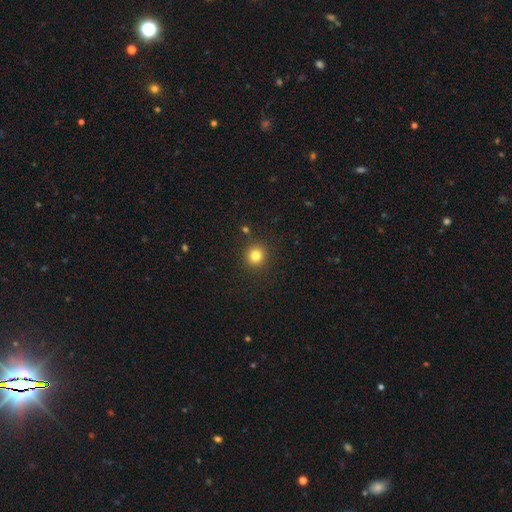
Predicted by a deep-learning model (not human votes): Smooth or featured: smooth — 81% (star or artifact — 13%)
How rounded: round — 93% (in between — 6%)
Merging: none — 89% (minor disturbance — 6%)